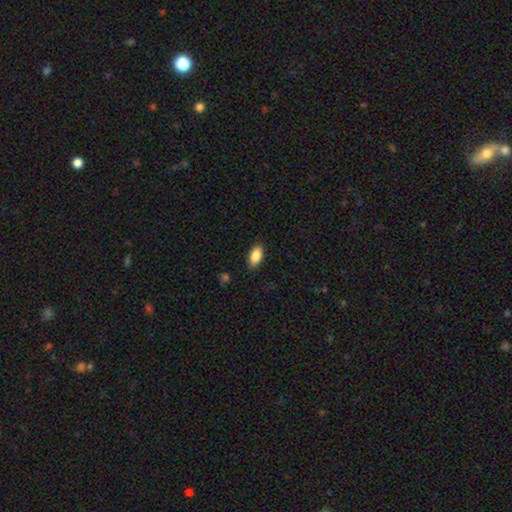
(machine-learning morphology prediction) The model was most divided on "merging": none: 85%, minor disturbance: 11%, major disturbance: 2%, merger: 1%. More confident: how rounded — in between (91%); smooth or featured — smooth (86%).